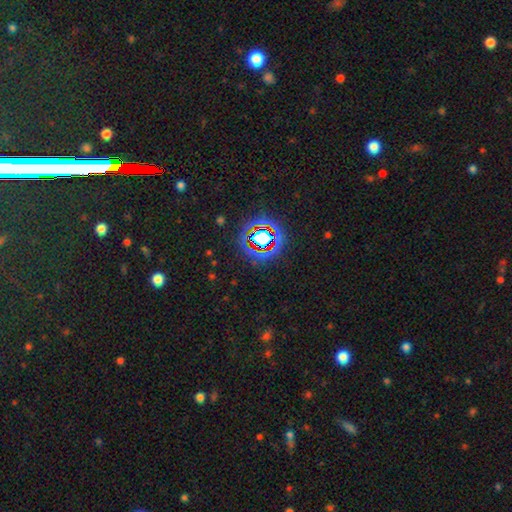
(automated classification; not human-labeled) smooth_or_featured: star or artifact (p=0.69) [alt: smooth p=0.15]